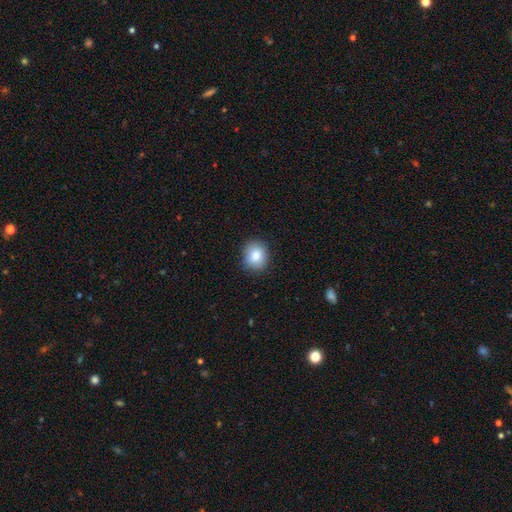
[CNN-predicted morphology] smooth 84%, star or artifact 9%, featured or disk 7%. Down the decision tree: how rounded — round (71%); merging — none (88%).